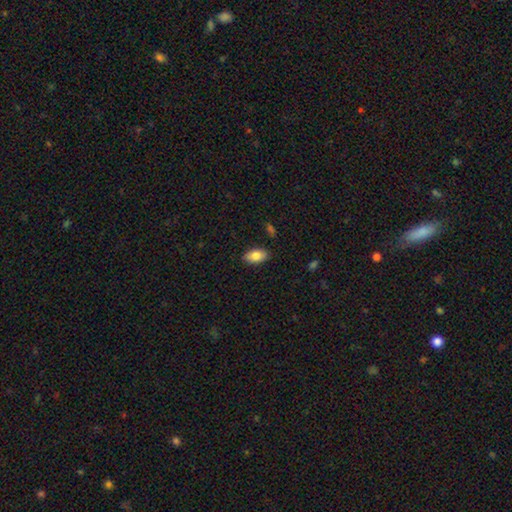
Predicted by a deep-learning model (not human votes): A smooth galaxy with no disk features (83%) that is in between round and cigar-shaped (93%).

Vote fractions:
- Smooth or featured? smooth: 83% / featured or disk: 10% / star or artifact: 7%
- How rounded? in between: 93% / round: 3% / cigar-shaped: 3%
- Merging? none: 88% / minor disturbance: 9% / major disturbance: 2% / merger: 1%